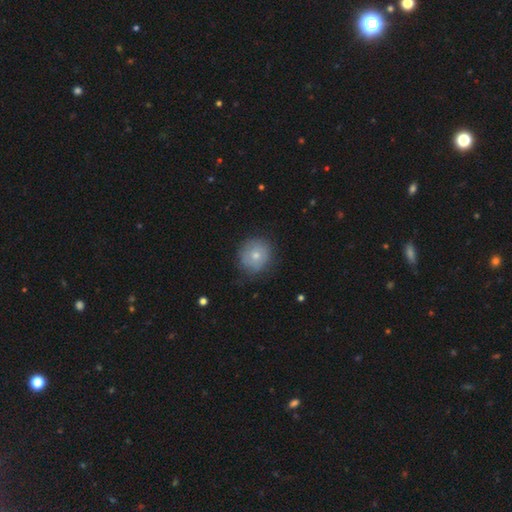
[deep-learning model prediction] The model was most divided on "smooth or featured": smooth: 69%, featured or disk: 22%, star or artifact: 9%. More confident: how rounded — round (88%); merging — none (75%).